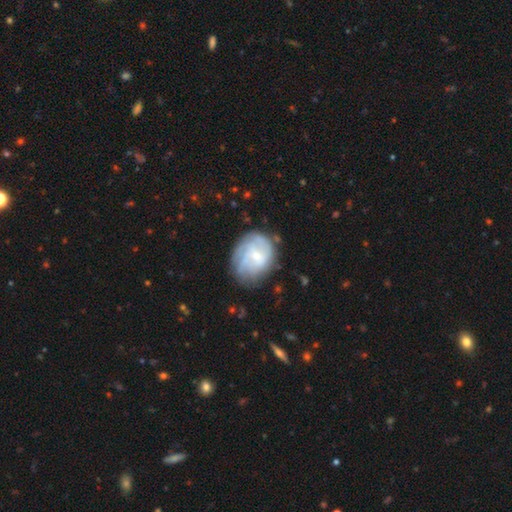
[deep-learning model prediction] smooth-or-featured: featured or disk: 64% | smooth: 29% | star or artifact: 7%
  disk-edge-on: no: 98% | yes: 2%
    bar: no: 52% | weak: 42% | strong: 6%
    has-spiral-arms: yes: 81% | no: 19%
      spiral-winding: tight: 48% | medium: 34% | loose: 18%
      spiral-arm-count: can't tell: 47% | 3: 17% | 2: 15% | 4: 11% | 1: 5% | more than 4: 5%
    bulge-size: small: 60% | moderate: 29% | none: 7% | large: 2% | dominant: 1%
  merging: none: 64% | minor disturbance: 22% | major disturbance: 11% | merger: 2%